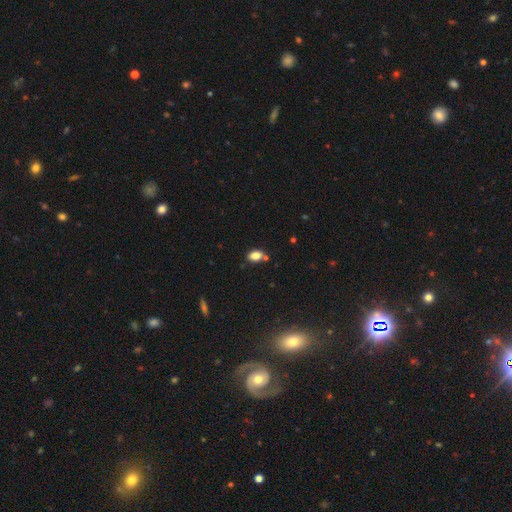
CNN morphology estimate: A smooth galaxy with no disk features (82%) that is in between round and cigar-shaped (84%). Merging: none (70%).